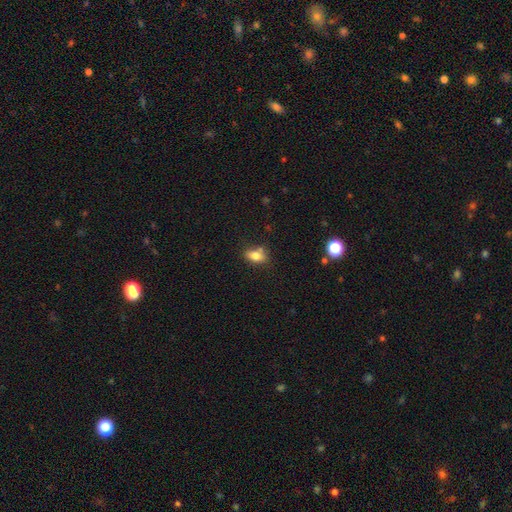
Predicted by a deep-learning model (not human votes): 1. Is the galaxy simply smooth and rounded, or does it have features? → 79% smooth, 11% featured or disk, 10% star or artifact.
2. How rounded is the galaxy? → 81% in between, 16% round, 4% cigar-shaped.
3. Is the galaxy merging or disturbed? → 61% none, 21% minor disturbance, 13% merger, 5% major disturbance.